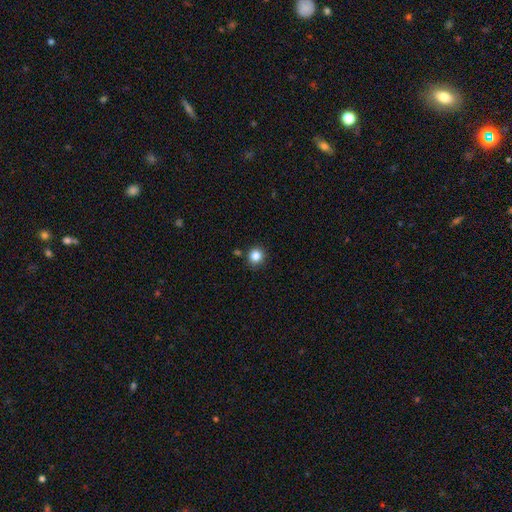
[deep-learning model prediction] Smooth or featured?
  - smooth: 84% *
  - star or artifact: 12%
  - featured or disk: 4%
How rounded?
  - round: 93% *
  - in between: 6%
  - cigar-shaped: 1%
Merging?
  - none: 88% *
  - minor disturbance: 7%
  - merger: 3%
  - major disturbance: 2%